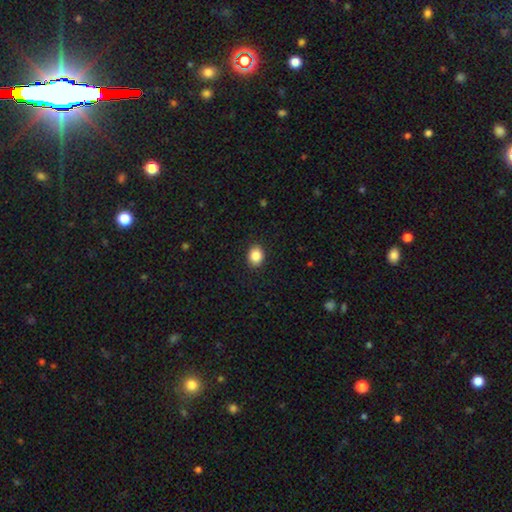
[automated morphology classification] smooth 87%, star or artifact 9%, featured or disk 4%. Down the decision tree: how rounded — round (50%); merging — none (91%).